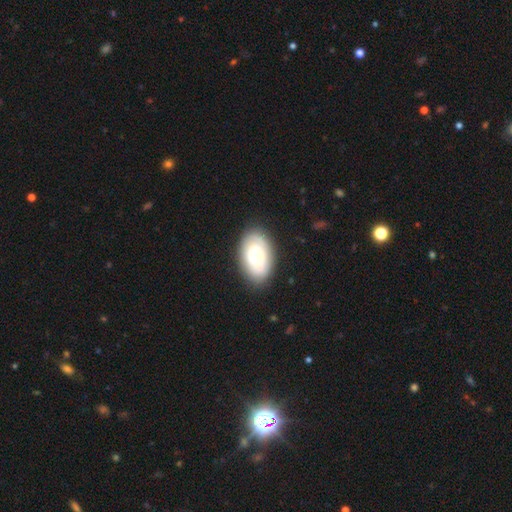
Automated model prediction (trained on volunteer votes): A smooth galaxy with no disk features (58%) that is in between round and cigar-shaped (91%).

Vote fractions:
- Smooth or featured? smooth: 58% / featured or disk: 35% / star or artifact: 7%
- How rounded? in between: 91% / round: 8% / cigar-shaped: 1%
- Merging? none: 78% / minor disturbance: 15% / major disturbance: 4% / merger: 3%